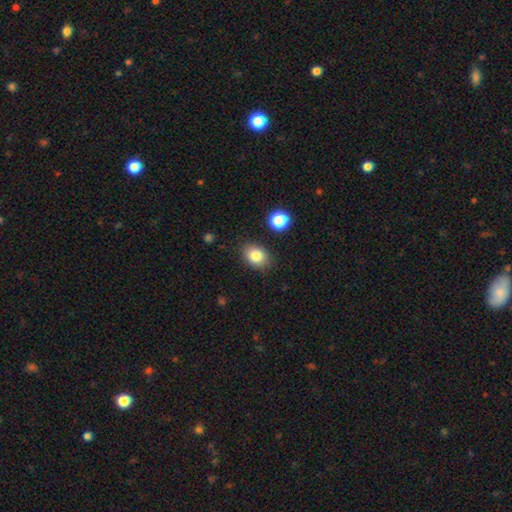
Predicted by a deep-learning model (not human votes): smooth-or-featured: smooth: 84% | star or artifact: 9% | featured or disk: 7%
  how-rounded: in between: 69% | round: 30% | cigar-shaped: 1%
  merging: none: 85% | minor disturbance: 10% | major disturbance: 3% | merger: 2%